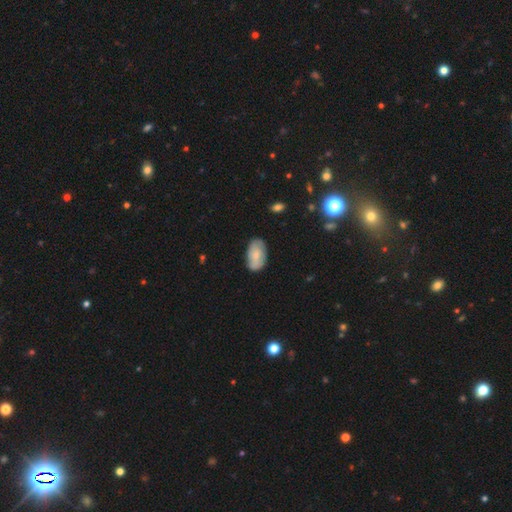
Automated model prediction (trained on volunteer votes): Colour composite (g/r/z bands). It shows a smooth galaxy with no disk features (73%) that is in between round and cigar-shaped (93%). Merging: none (75%).